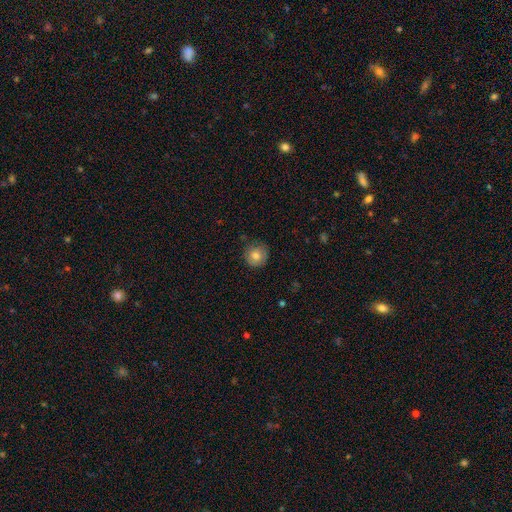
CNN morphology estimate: smooth-or-featured: smooth: 78% | featured or disk: 13% | star or artifact: 9%
  how-rounded: round: 93% | in between: 6% | cigar-shaped: 1%
  merging: none: 81% | minor disturbance: 15% | major disturbance: 3% | merger: 1%